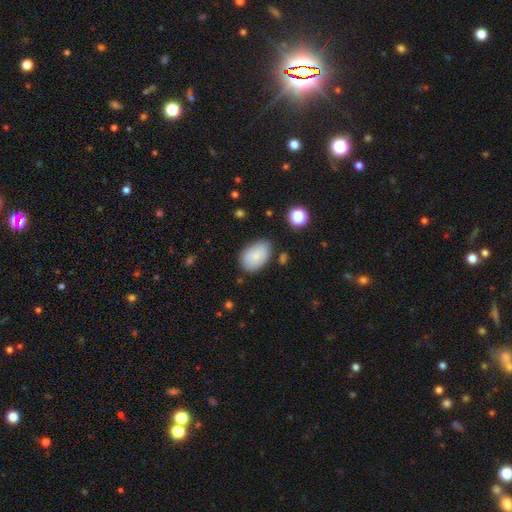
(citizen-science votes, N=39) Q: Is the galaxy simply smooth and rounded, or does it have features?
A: smooth — 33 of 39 (85%).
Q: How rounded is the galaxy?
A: in between — 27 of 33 (82%).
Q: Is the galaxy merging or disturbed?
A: none — 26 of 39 (67%).